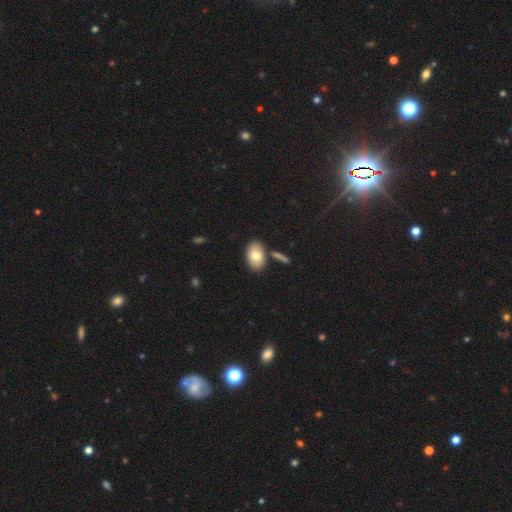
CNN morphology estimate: Smooth or featured?
  - smooth: 78% *
  - featured or disk: 15%
  - star or artifact: 7%
How rounded?
  - in between: 92% *
  - round: 7%
  - cigar-shaped: 1%
Merging?
  - none: 79% *
  - minor disturbance: 10%
  - merger: 8%
  - major disturbance: 2%